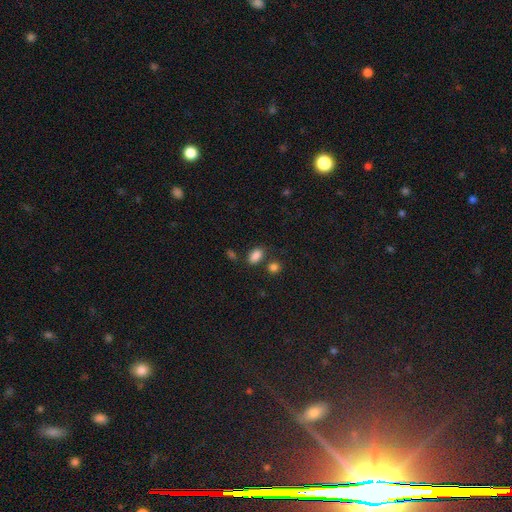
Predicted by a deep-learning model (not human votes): Overall: smooth (86%). How rounded: in between (87%). Merging: none (73%).